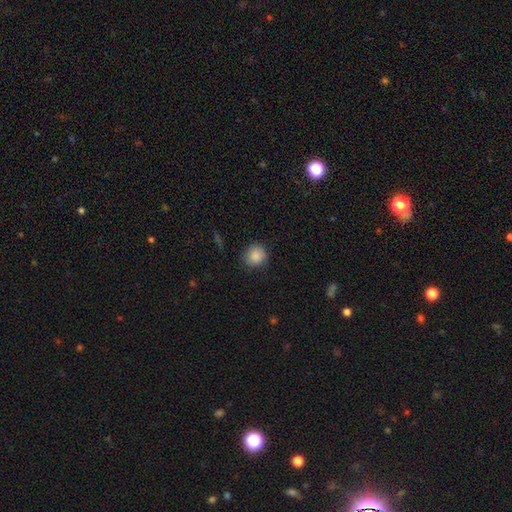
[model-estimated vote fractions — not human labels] Smooth or featured: smooth — 86% (star or artifact — 8%)
How rounded: round — 90% (in between — 9%)
Merging: none — 82% (minor disturbance — 14%)